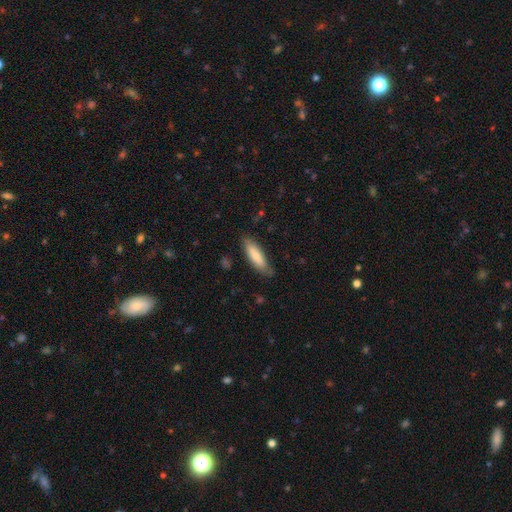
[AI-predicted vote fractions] A smooth galaxy with no disk features (77%) that is cigar-shaped (56%).

Vote fractions:
- Smooth or featured? smooth: 77% / featured or disk: 17% / star or artifact: 6%
- How rounded? cigar-shaped: 56% / in between: 43% / round: 1%
- Merging? none: 77% / minor disturbance: 18% / major disturbance: 3% / merger: 1%